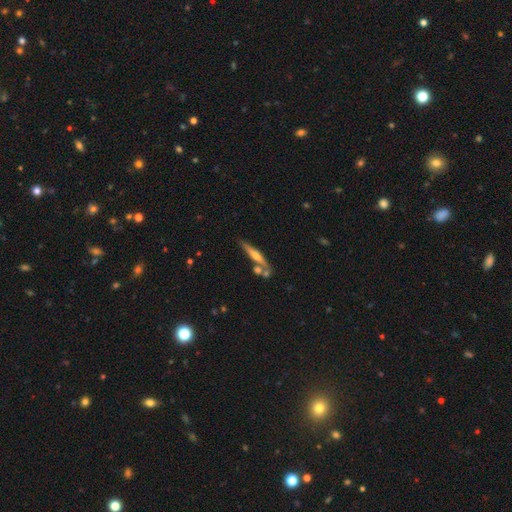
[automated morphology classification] smooth-or-featured: featured or disk: 63% | smooth: 31% | star or artifact: 7%
  disk-edge-on: yes: 94% | no: 6%
    edge-on-bulge: rounded: 84% | none: 11% | boxy: 6%
  merging: none: 68% | merger: 16% | minor disturbance: 13% | major disturbance: 3%